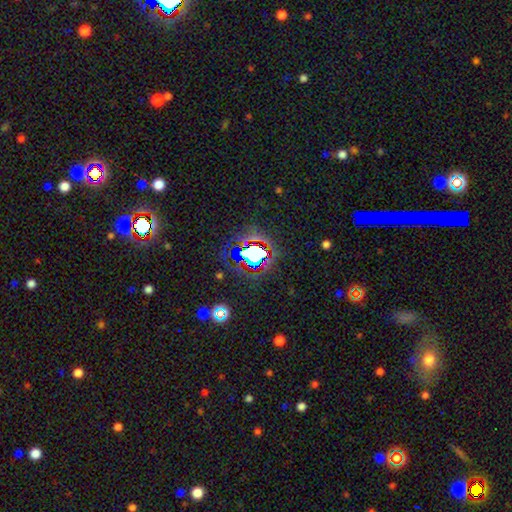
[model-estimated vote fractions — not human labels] This appears to be a star or artifact, not a galaxy (63%).